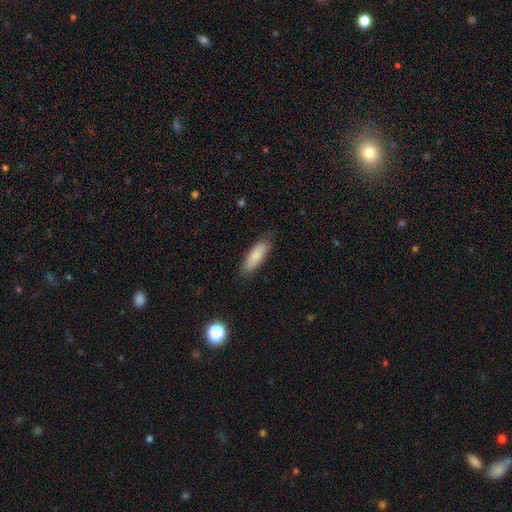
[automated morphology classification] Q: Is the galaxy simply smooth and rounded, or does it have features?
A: smooth — 84%.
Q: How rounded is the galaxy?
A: in between — 52%.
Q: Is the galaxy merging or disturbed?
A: none — 82%.